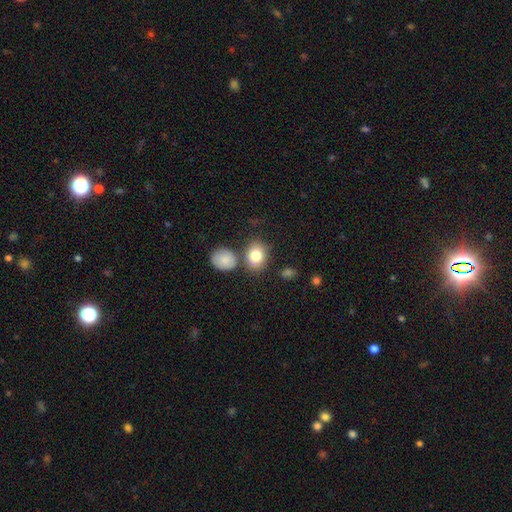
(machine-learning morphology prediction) This is clearly a smooth galaxy (81%). How rounded: possibly in between (53%). Merging: likely none (67%).